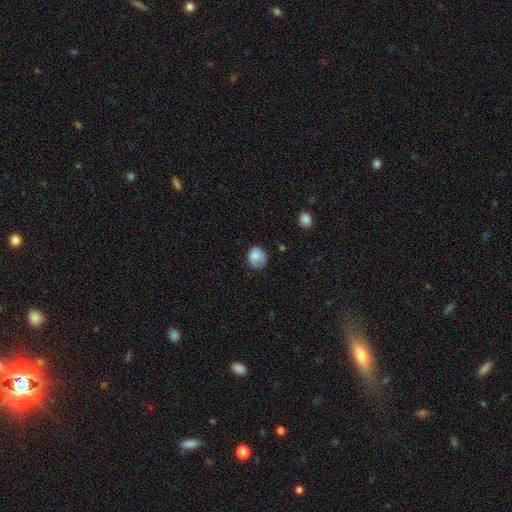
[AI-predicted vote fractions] A smooth galaxy with no disk features (81%) that is round (74%). Merging: none (62%).